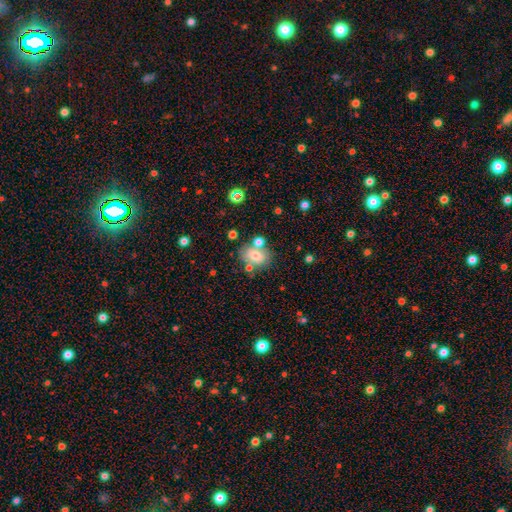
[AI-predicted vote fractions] smooth-or-featured: smooth: 71% | featured or disk: 17% | star or artifact: 11%
  how-rounded: in between: 59% | round: 39% | cigar-shaped: 1%
  merging: none: 64% | merger: 16% | minor disturbance: 15% | major disturbance: 5%